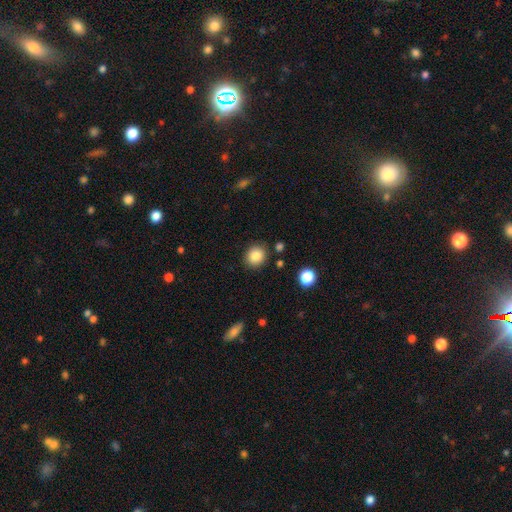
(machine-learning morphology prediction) Overall: smooth (85%). How rounded: round (82%). Merging: none (87%).